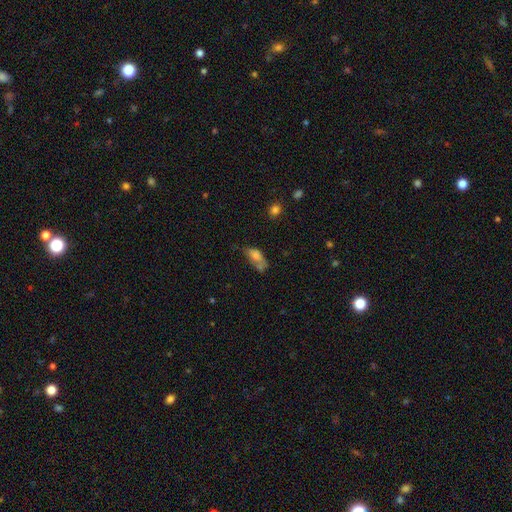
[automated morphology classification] A smooth galaxy with no disk features (65%) that is in between round and cigar-shaped (81%).

Vote fractions:
- Smooth or featured? smooth: 65% / featured or disk: 24% / star or artifact: 11%
- How rounded? in between: 81% / cigar-shaped: 12% / round: 7%
- Merging? none: 31% / minor disturbance: 26% / merger: 24% / major disturbance: 19%